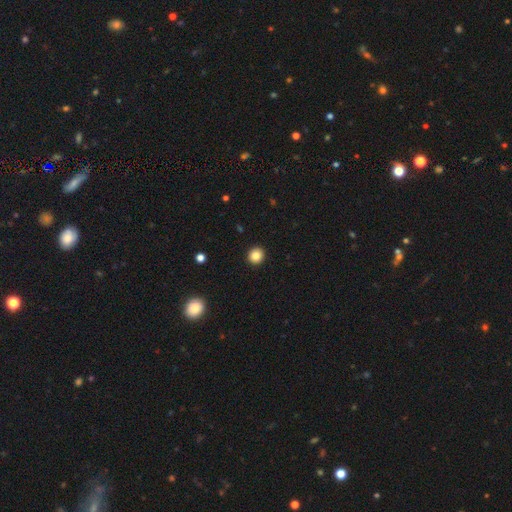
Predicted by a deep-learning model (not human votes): Smooth or featured: smooth — 85% (star or artifact — 10%)
How rounded: round — 90% (in between — 9%)
Merging: none — 93% (minor disturbance — 4%)